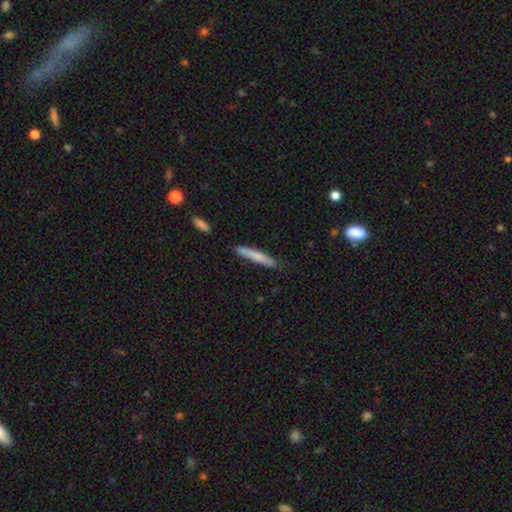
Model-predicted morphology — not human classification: smooth-or-featured: smooth: 74% | featured or disk: 20% | star or artifact: 6%
  how-rounded: cigar-shaped: 94% | in between: 5% | round: 1%
  merging: none: 84% | minor disturbance: 12% | merger: 2% | major disturbance: 2%